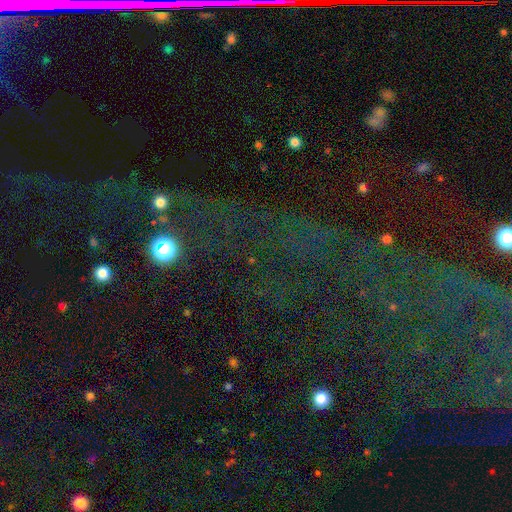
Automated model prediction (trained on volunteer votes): Smooth or featured? Predicted: star or artifact (p=0.77).